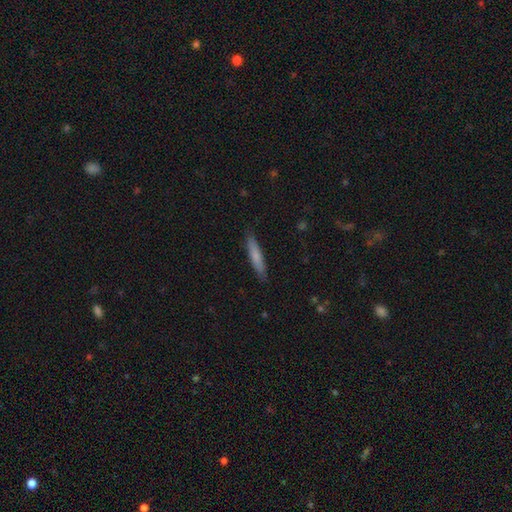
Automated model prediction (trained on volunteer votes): This is likely a smooth galaxy (74%). How rounded: clearly cigar-shaped (90%). Merging: clearly none (88%).